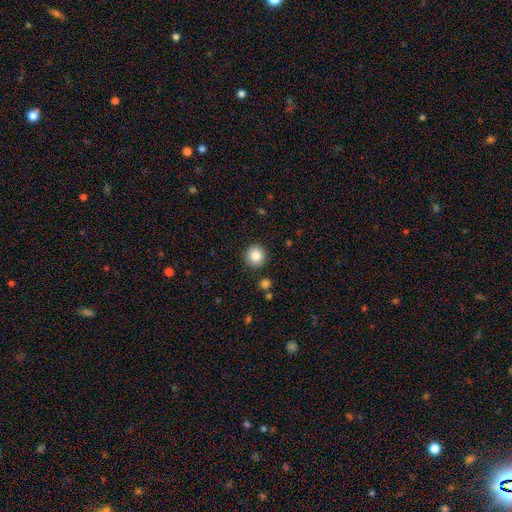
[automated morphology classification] type=smooth (85%); roundness=round (93%); merging=none (90%).